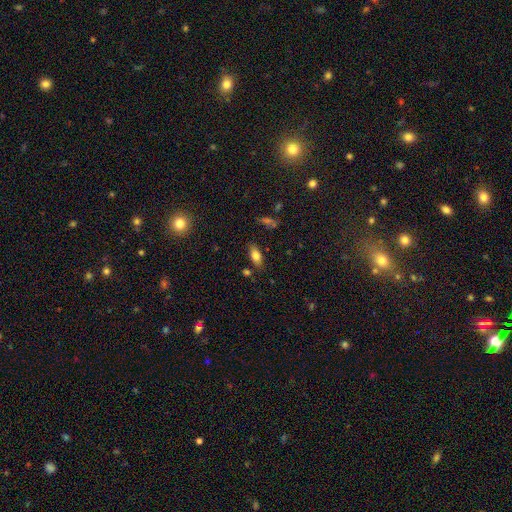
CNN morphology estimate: smooth_or_featured: smooth (p=0.78) [alt: featured or disk p=0.13]
how_rounded: in between (p=0.87) [alt: cigar-shaped p=0.09]
merging: none (p=0.79) [alt: minor disturbance p=0.14]